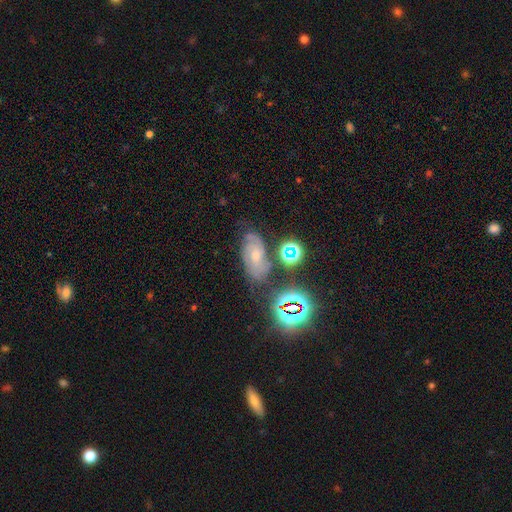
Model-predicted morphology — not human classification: type=featured or disk (49%); merging=none (65%).